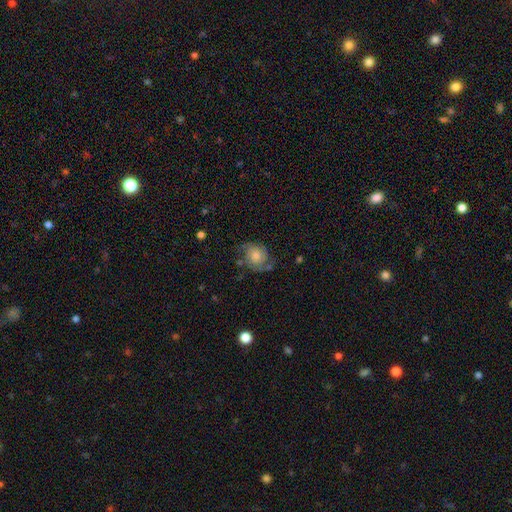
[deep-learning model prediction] A featured or disk galaxy (66%) with no bar (75%), 2 (85%) medium (45%) spiral arms (92%) and a moderate central bulge (34%).

Vote fractions:
- Smooth or featured? featured or disk: 66% / smooth: 26% / star or artifact: 8%
- Edge-on disk? no: 98% / yes: 2%
- Bar? no: 75% / weak: 22% / strong: 3%
- Spiral arms? yes: 92% / no: 8%
- Spiral winding? medium: 45% / tight: 31% / loose: 24%
- Spiral arm count? 2: 85% / can't tell: 7% / 1: 3% / 3: 3% / 4: 1% / more than 4: 1%
- Bulge size? moderate: 34% / large: 24% / small: 24% / none: 13% / dominant: 5%
- Merging? none: 61% / minor disturbance: 23% / major disturbance: 13% / merger: 3%